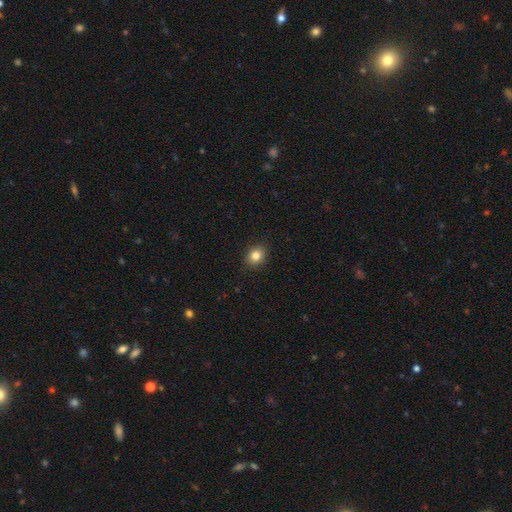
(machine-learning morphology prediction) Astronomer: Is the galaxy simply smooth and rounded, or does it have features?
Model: smooth — 83%.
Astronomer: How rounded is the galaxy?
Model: round — 60% (runner-up: in between, 39%).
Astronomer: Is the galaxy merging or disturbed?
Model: none — 90%.